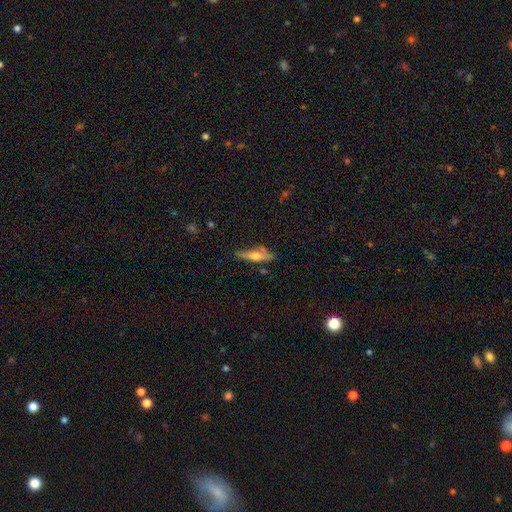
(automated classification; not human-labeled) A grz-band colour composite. It shows a featured or disk galaxy (50%) viewed edge-on (88%). Merging: none (74%).